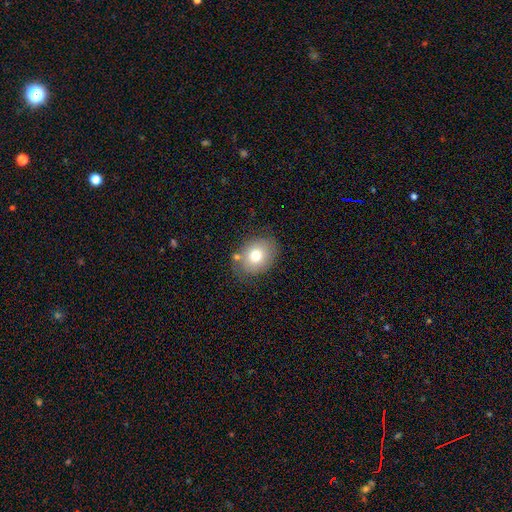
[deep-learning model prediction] This appears to be a smooth galaxy with no disk features (74%) that is in between round and cigar-shaped (52%). Merging: none (74%).